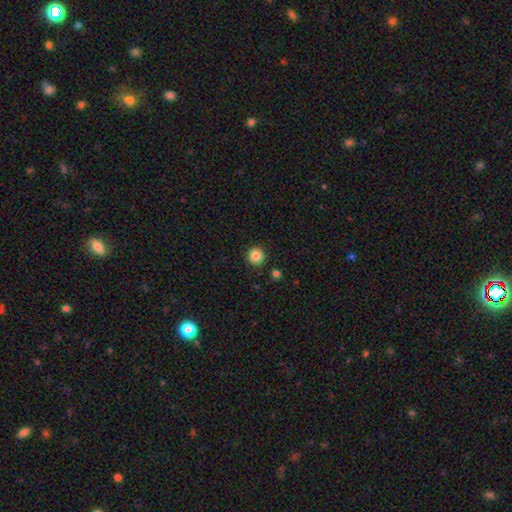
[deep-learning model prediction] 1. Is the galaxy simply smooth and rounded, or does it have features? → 85% smooth, 10% star or artifact, 5% featured or disk.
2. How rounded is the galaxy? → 96% round, 3% in between, 1% cigar-shaped.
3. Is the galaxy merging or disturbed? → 91% none, 5% minor disturbance, 2% merger, 2% major disturbance.